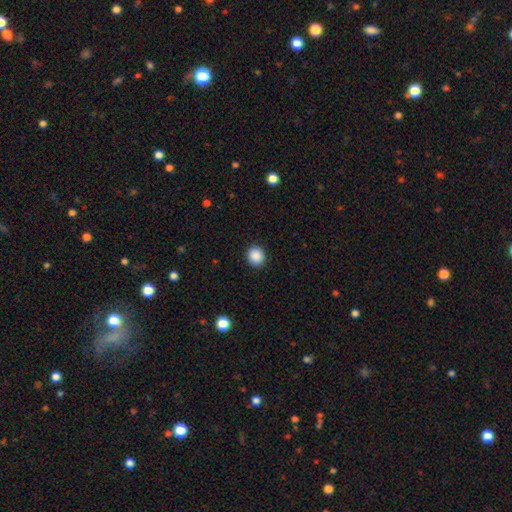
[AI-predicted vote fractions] Smooth or featured? smooth (89%)
How rounded? round (86%)
Merging? none (92%)